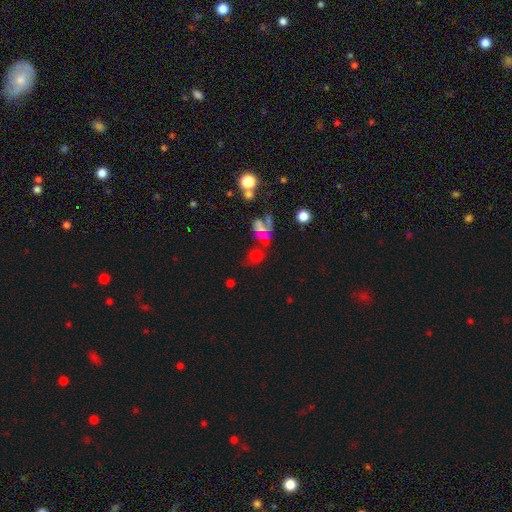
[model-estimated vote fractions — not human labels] Smooth or featured? smooth (46%)
Merging? none (38%)